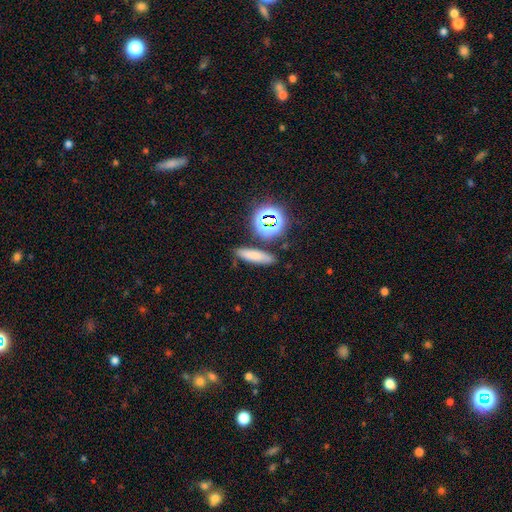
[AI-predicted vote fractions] A smooth galaxy with no disk features (73%) that is cigar-shaped (62%). Merging: none (84%).